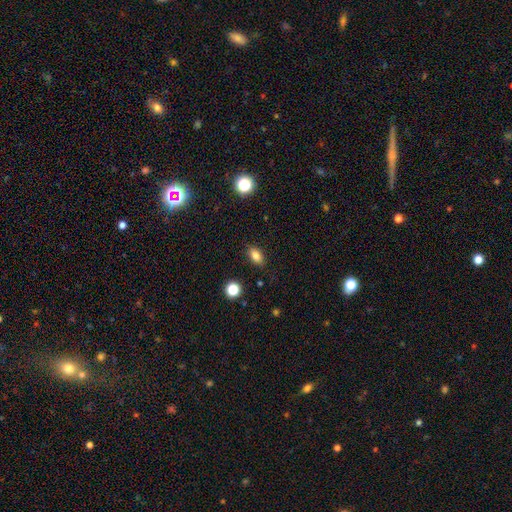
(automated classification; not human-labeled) This appears to be a smooth galaxy with no disk features (82%) that is in between round and cigar-shaped (84%). Merging: none (86%).